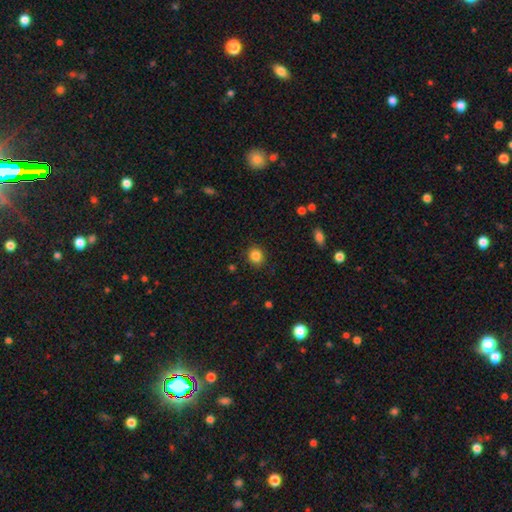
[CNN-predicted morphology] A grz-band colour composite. It shows a smooth galaxy with no disk features (85%) that is round (82%). Merging: none (89%).